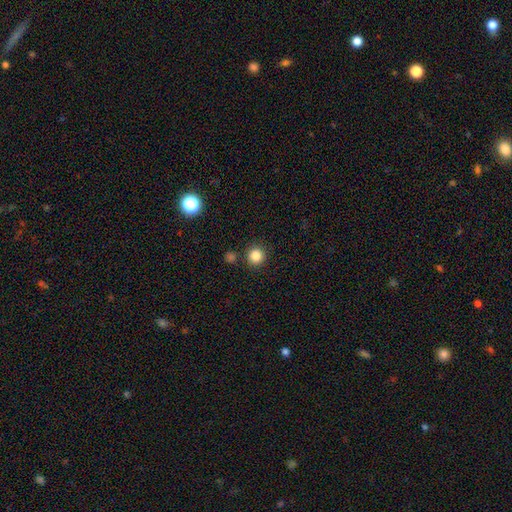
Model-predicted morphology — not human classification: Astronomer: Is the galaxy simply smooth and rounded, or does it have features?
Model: smooth — 84%.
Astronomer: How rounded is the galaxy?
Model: round — 94%.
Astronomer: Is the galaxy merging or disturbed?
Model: none — 87%.